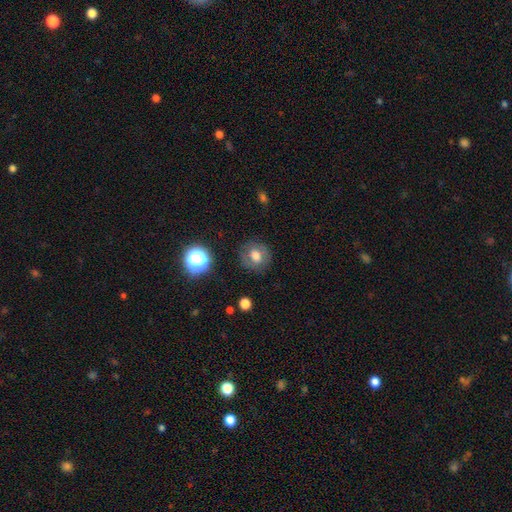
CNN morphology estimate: The model was most divided on "smooth or featured": smooth: 66%, featured or disk: 21%, star or artifact: 12%. More confident: merging — none (81%); how rounded — round (76%).